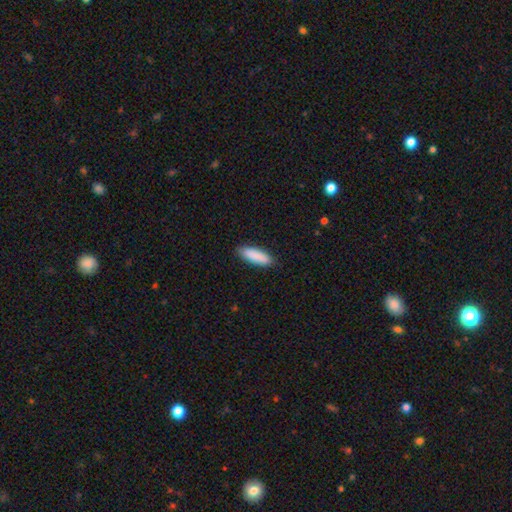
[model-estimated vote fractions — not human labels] A smooth galaxy with no disk features (89%) that is in between round and cigar-shaped (52%).

Vote fractions:
- Smooth or featured? smooth: 89% / star or artifact: 6% / featured or disk: 5%
- How rounded? in between: 52% / cigar-shaped: 47% / round: 2%
- Merging? none: 88% / minor disturbance: 9% / major disturbance: 2% / merger: 1%